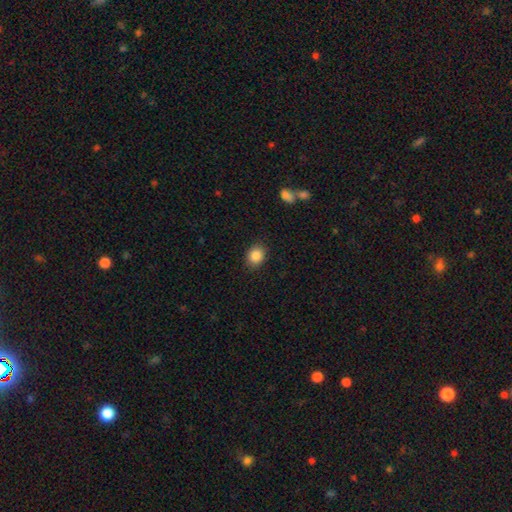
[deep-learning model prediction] Smooth or featured?
  - smooth: 87% *
  - star or artifact: 9%
  - featured or disk: 5%
How rounded?
  - round: 50% *
  - in between: 49%
  - cigar-shaped: 1%
Merging?
  - none: 88% *
  - minor disturbance: 9%
  - major disturbance: 2%
  - merger: 1%